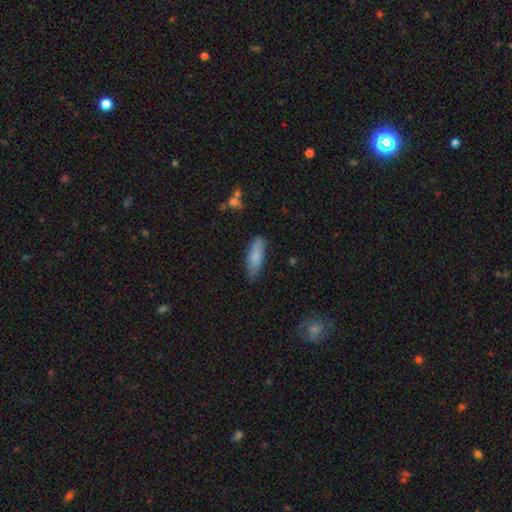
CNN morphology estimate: smooth-or-featured: smooth: 83% | featured or disk: 11% | star or artifact: 6%
  how-rounded: in between: 52% | cigar-shaped: 46% | round: 2%
  merging: none: 73% | minor disturbance: 22% | major disturbance: 4% | merger: 2%